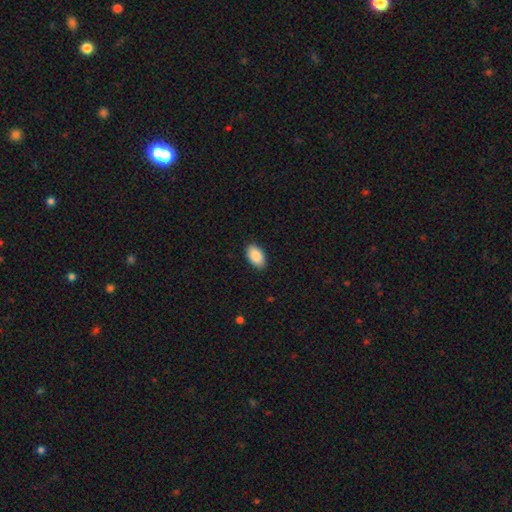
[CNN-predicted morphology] Smooth or featured? Predicted: smooth (p=0.90). How rounded? Predicted: in between (p=0.94). Merging? Predicted: none (p=0.88).